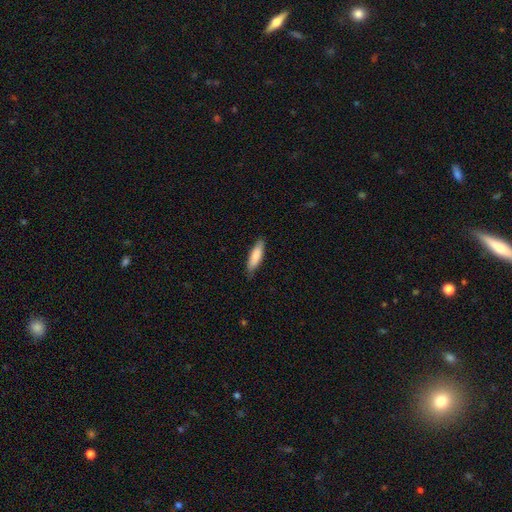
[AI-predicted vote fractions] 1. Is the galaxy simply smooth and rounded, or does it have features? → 83% smooth, 12% featured or disk, 5% star or artifact.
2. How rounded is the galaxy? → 60% cigar-shaped, 38% in between, 1% round.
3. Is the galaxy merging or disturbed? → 83% none, 14% minor disturbance, 2% major disturbance, 1% merger.